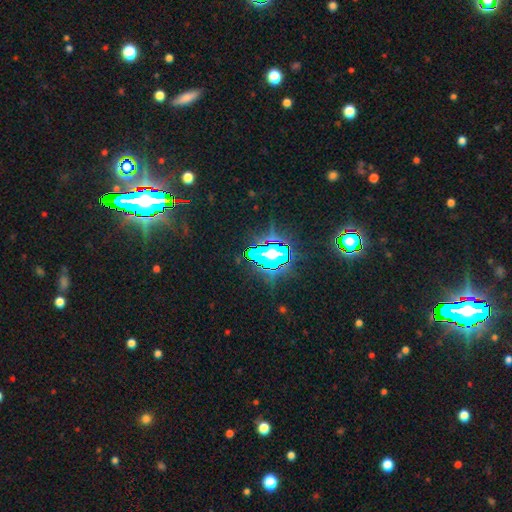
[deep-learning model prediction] smooth_or_featured: star or artifact (p=0.84) [alt: smooth p=0.09]